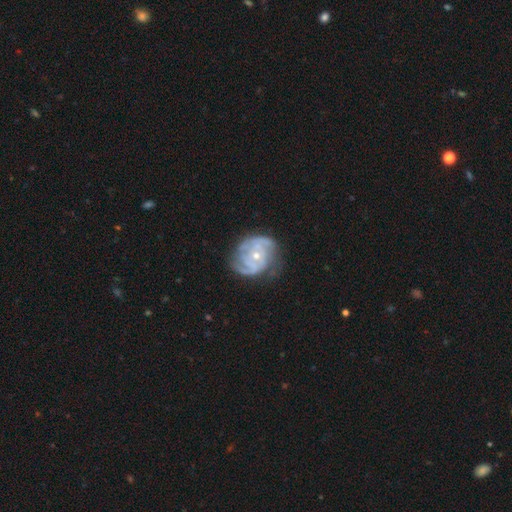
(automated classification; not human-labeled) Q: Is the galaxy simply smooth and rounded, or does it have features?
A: featured or disk — 86%.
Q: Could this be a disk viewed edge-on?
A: no — 98%.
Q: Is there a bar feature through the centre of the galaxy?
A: no — 73%.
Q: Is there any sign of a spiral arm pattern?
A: yes — 95%.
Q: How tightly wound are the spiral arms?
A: tight — 58%.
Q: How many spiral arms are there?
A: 3 — 29%.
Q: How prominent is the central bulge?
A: small — 60%.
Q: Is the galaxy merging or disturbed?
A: none — 66%.